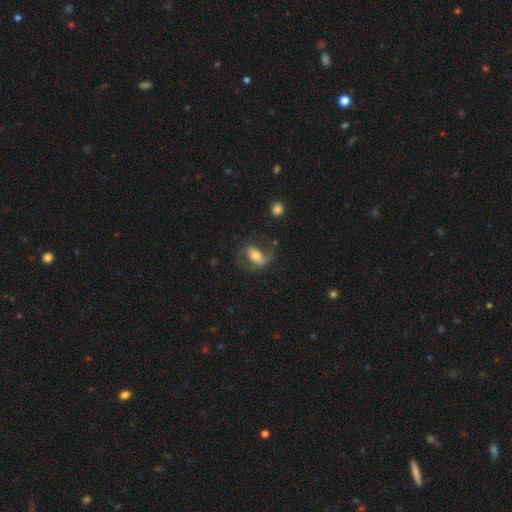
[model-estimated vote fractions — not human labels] smooth_or_featured: featured or disk (p=0.57) [alt: smooth p=0.35]
disk_edge_on: no (p=0.91) [alt: yes p=0.09]
bar: strong (p=0.40) [alt: weak p=0.31]
has_spiral_arms: yes (p=0.75) [alt: no p=0.25]
bulge_size: moderate (p=0.61) [alt: small p=0.22]
merging: none (p=0.49) [alt: major disturbance p=0.27]